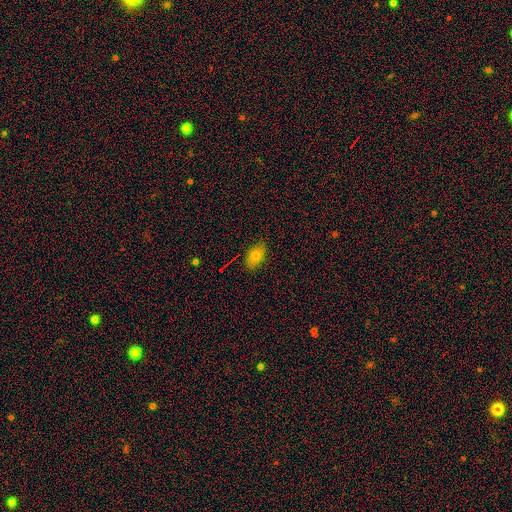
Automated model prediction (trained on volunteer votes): Smooth or featured: smooth — 77% (star or artifact — 12%)
How rounded: in between — 89% (round — 9%)
Merging: none — 82% (minor disturbance — 14%)